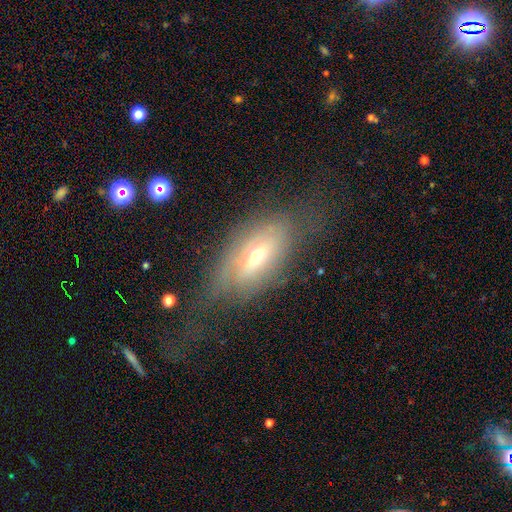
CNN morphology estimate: Q: Smooth or featured?
A: featured or disk (48%); runner-up: smooth (42%)
Q: Merging?
A: none (55%); runner-up: minor disturbance (26%)